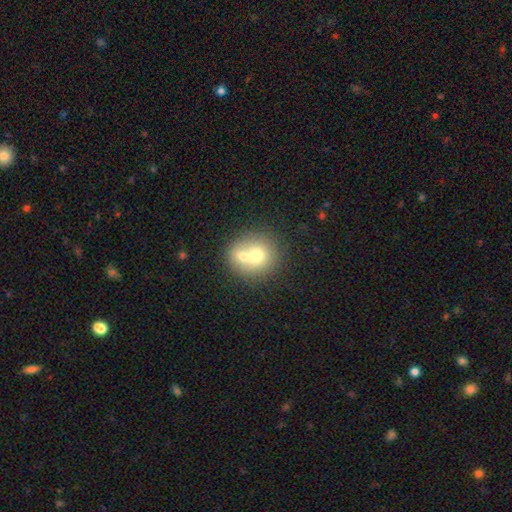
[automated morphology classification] This appears to be a smooth galaxy with no disk features (66%) that is round (82%). Merging: merger (62%).